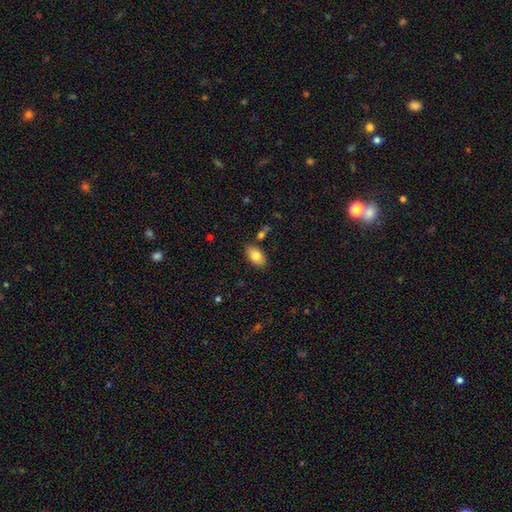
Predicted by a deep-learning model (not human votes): Smooth or featured? Predicted: smooth (p=0.80). How rounded? Predicted: in between (p=0.93). Merging? Predicted: none (p=0.83).